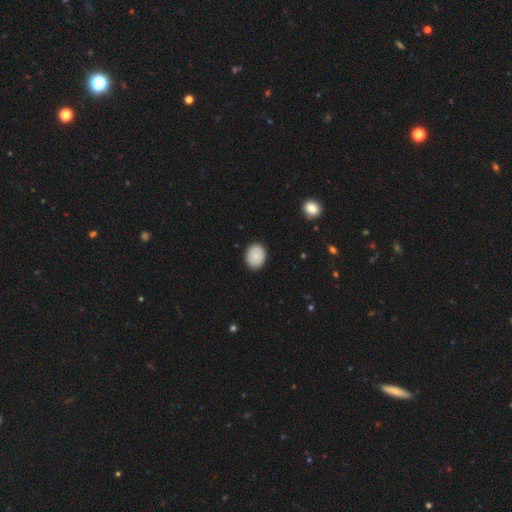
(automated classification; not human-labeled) This appears to be a smooth galaxy with no disk features (84%) that is in between round and cigar-shaped (55%). Merging: none (89%).